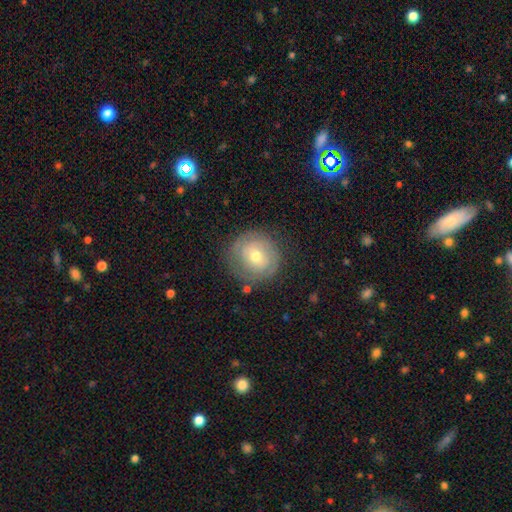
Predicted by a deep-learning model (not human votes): Smooth or featured? featured or disk (54%)
Edge-on disk? no (96%)
Bar? no (71%)
Spiral arms? yes (65%)
Bulge size? moderate (63%)
Merging? none (77%)